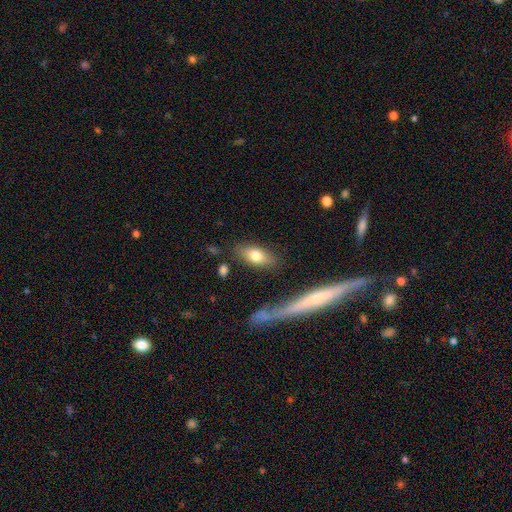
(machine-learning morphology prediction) Q: Smooth or featured?
A: smooth (74%); runner-up: featured or disk (19%)
Q: How rounded?
A: in between (84%); runner-up: cigar-shaped (12%)
Q: Merging?
A: none (77%); runner-up: minor disturbance (14%)